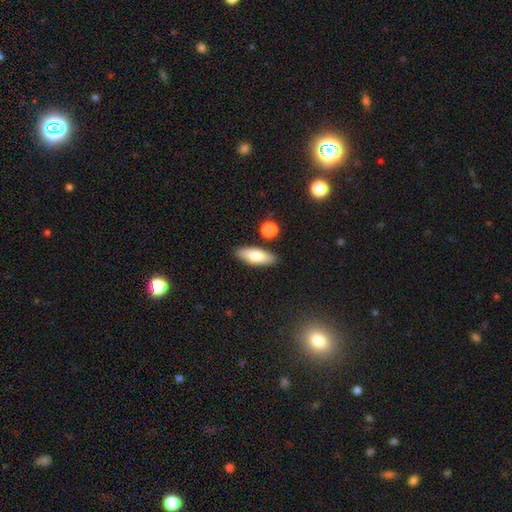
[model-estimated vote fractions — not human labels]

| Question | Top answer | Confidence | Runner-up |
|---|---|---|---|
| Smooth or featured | smooth | 78% | featured or disk (16%) |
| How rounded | in between | 67% | cigar-shaped (30%) |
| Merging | none | 84% | minor disturbance (9%) |